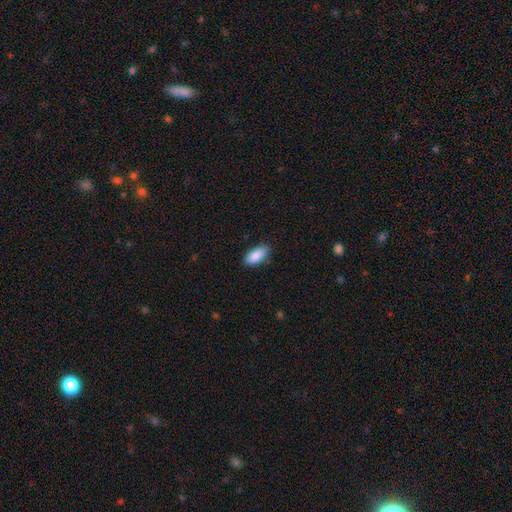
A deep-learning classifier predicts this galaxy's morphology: type=smooth (89%); roundness=in between (90%); merging=none (85%).